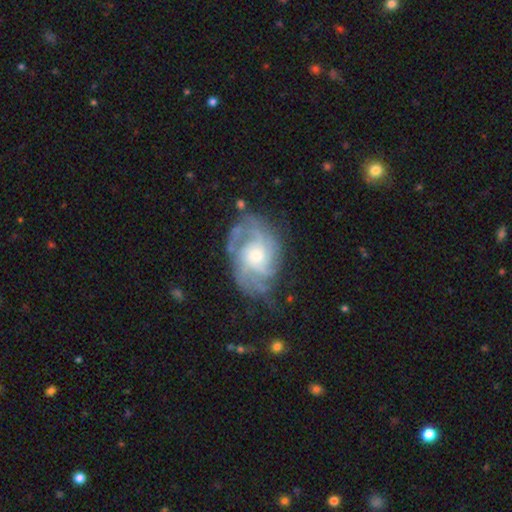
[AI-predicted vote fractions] The model was most divided on "spiral arm count": can't tell: 30%, 3: 23%, 4: 18%, 2: 15%, more than 4: 8%, 1: 6%. More confident: edge-on disk — no (97%); spiral arms — yes (96%); smooth or featured — featured or disk (86%); bar — no (72%); merging — none (68%); bulge size — moderate (57%); spiral winding — tight (57%).